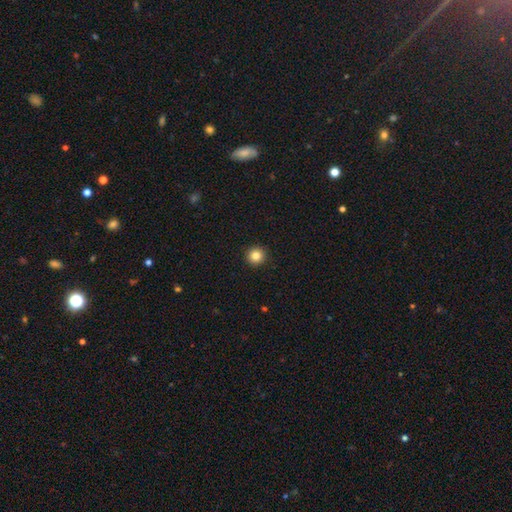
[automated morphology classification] Smooth or featured? smooth (84%)
How rounded? round (96%)
Merging? none (94%)